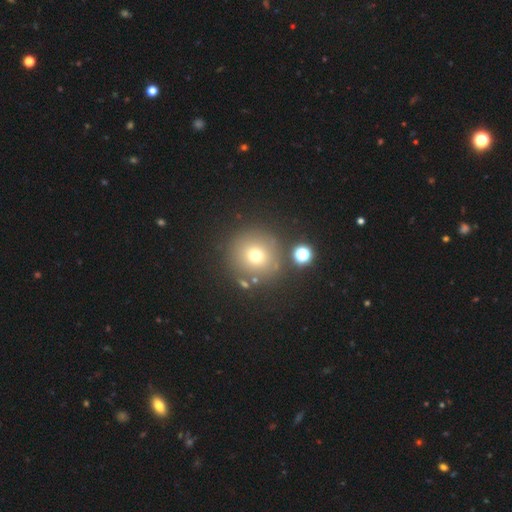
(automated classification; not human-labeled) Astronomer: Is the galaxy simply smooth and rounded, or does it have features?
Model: smooth — 69%.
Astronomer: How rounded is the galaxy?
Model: round — 94%.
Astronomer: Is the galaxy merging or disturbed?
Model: none — 81%.